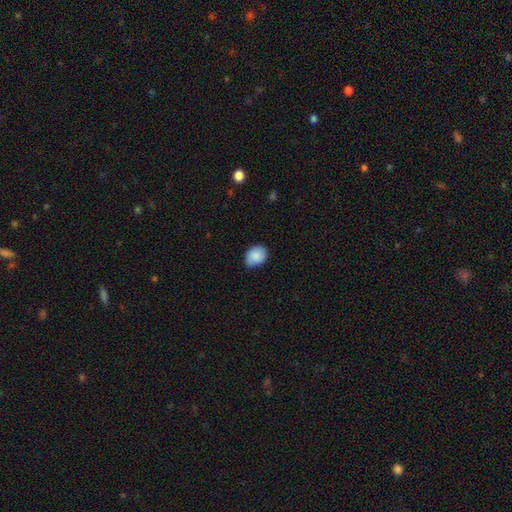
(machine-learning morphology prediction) smooth 87%, star or artifact 7%, featured or disk 6%. Down the decision tree: how rounded — in between (63%); merging — none (70%).